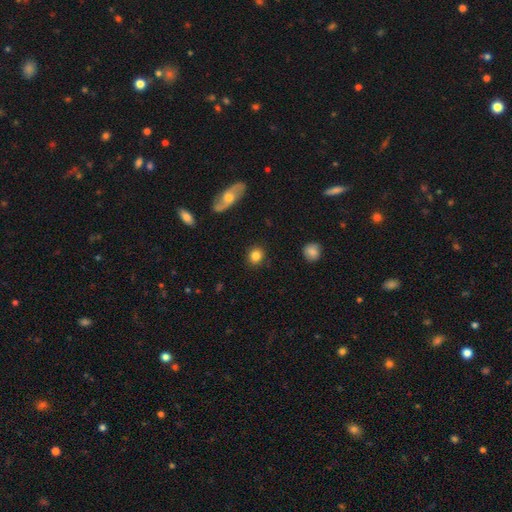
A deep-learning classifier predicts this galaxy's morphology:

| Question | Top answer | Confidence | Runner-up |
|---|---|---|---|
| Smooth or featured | smooth | 84% | star or artifact (9%) |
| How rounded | round | 81% | in between (18%) |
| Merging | none | 89% | minor disturbance (7%) |